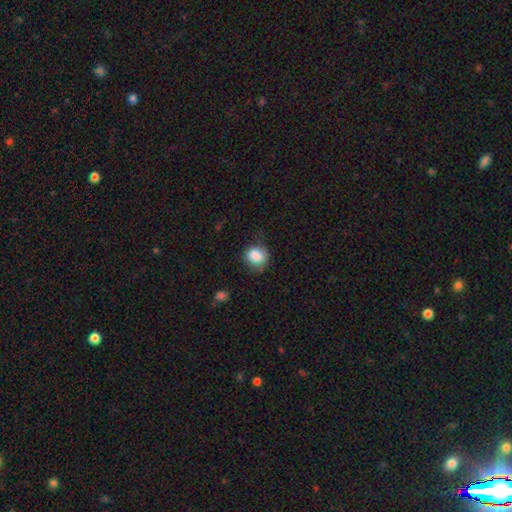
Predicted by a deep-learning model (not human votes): smooth-or-featured: smooth: 86% | star or artifact: 8% | featured or disk: 5%
  how-rounded: round: 70% | in between: 29% | cigar-shaped: 1%
  merging: none: 66% | minor disturbance: 24% | major disturbance: 8% | merger: 2%